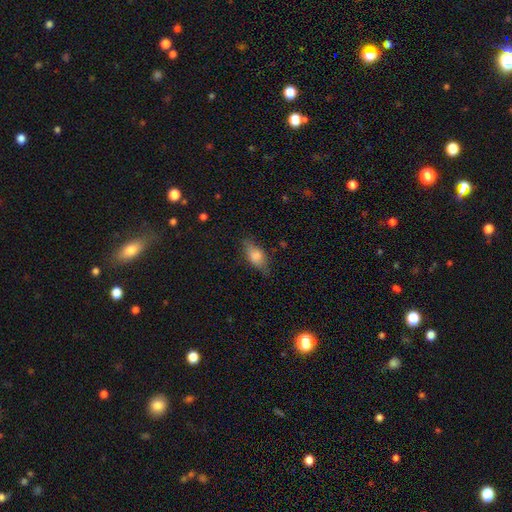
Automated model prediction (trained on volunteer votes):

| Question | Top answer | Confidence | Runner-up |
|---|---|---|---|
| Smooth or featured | smooth | 73% | featured or disk (19%) |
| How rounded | in between | 82% | cigar-shaped (12%) |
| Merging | none | 69% | minor disturbance (23%) |